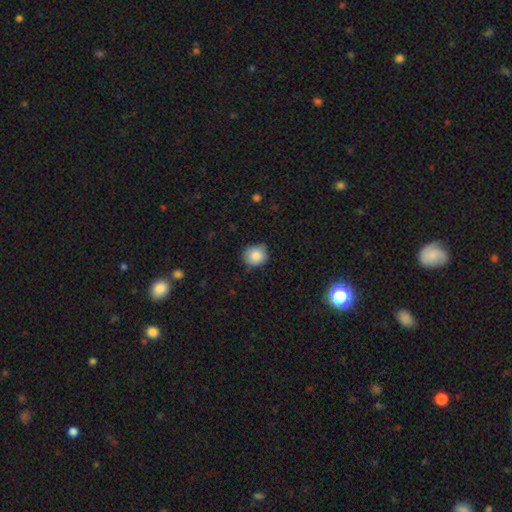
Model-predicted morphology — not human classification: Smooth or featured? Predicted: smooth (p=0.85). How rounded? Predicted: round (p=0.80). Merging? Predicted: none (p=0.78).